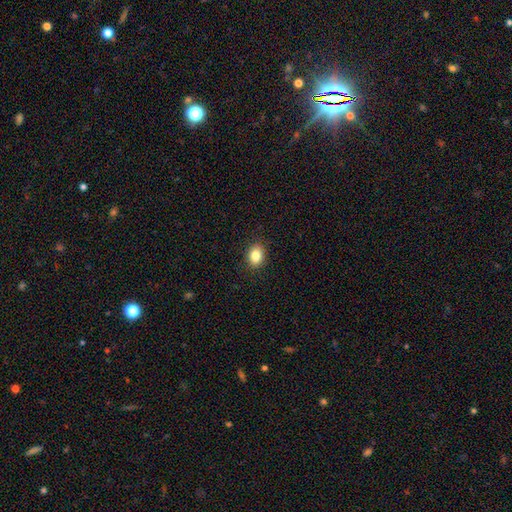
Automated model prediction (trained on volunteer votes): smooth-or-featured: smooth: 85% | star or artifact: 9% | featured or disk: 6%
  how-rounded: in between: 69% | round: 30% | cigar-shaped: 1%
  merging: none: 89% | minor disturbance: 8% | major disturbance: 2% | merger: 1%